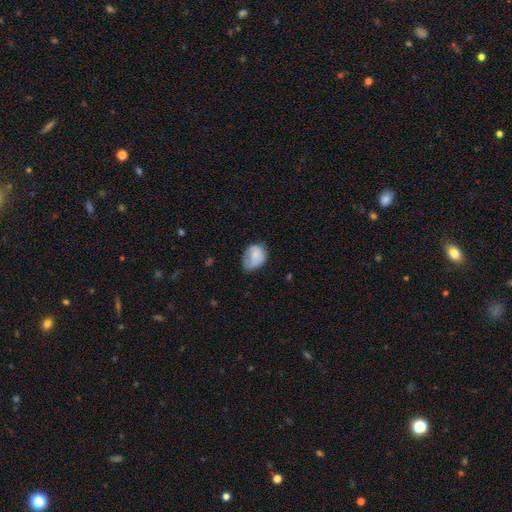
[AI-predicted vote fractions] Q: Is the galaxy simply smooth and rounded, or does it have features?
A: smooth — 75%.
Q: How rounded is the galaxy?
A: in between — 63%.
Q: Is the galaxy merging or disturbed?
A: none — 41%.